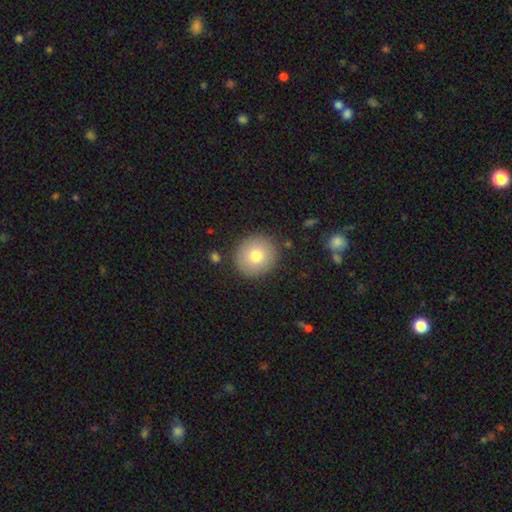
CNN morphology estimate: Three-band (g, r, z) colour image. It shows a smooth galaxy with no disk features (77%) that is round (92%). Merging: none (88%).